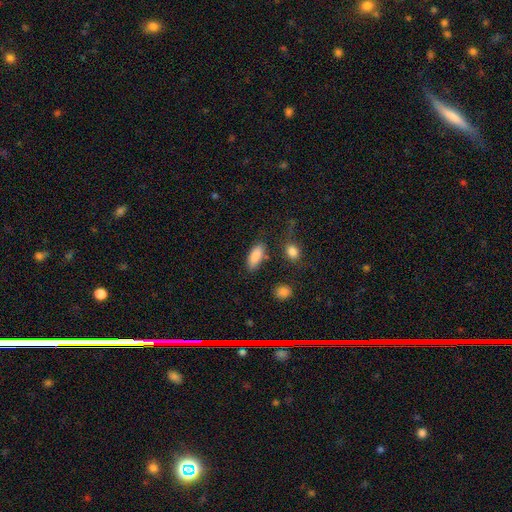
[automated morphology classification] A smooth galaxy with no disk features (88%) that is in between round and cigar-shaped (83%).

Vote fractions:
- Smooth or featured? smooth: 88% / star or artifact: 7% / featured or disk: 5%
- How rounded? in between: 83% / cigar-shaped: 15% / round: 3%
- Merging? none: 76% / minor disturbance: 14% / merger: 5% / major disturbance: 5%